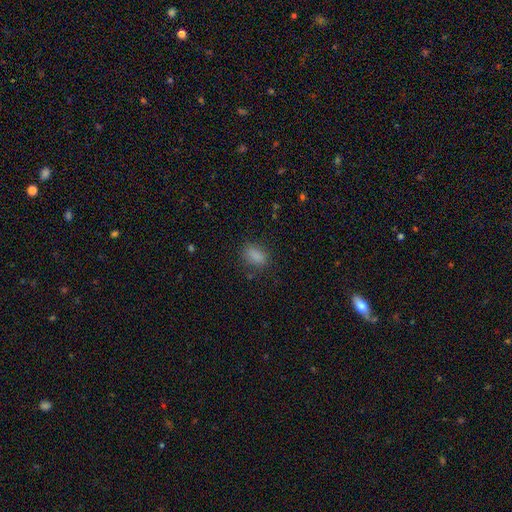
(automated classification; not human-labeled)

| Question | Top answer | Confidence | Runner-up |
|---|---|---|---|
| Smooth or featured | smooth | 84% | star or artifact (11%) |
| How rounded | in between | 82% | round (14%) |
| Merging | none | 79% | minor disturbance (15%) |